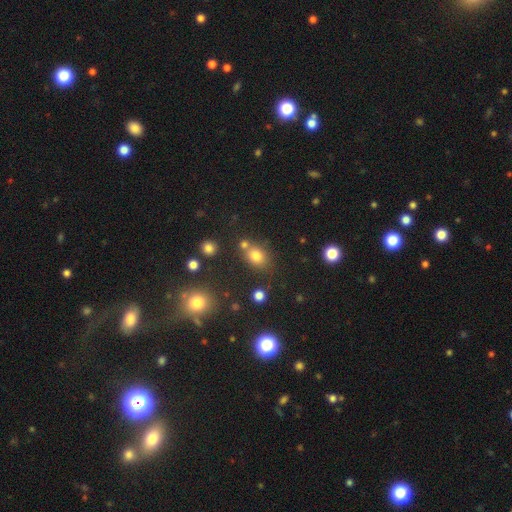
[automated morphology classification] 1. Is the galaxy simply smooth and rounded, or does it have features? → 75% smooth, 15% star or artifact, 9% featured or disk.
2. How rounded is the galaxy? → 53% in between, 45% round, 2% cigar-shaped.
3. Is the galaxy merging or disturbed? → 63% none, 19% merger, 13% minor disturbance, 5% major disturbance.